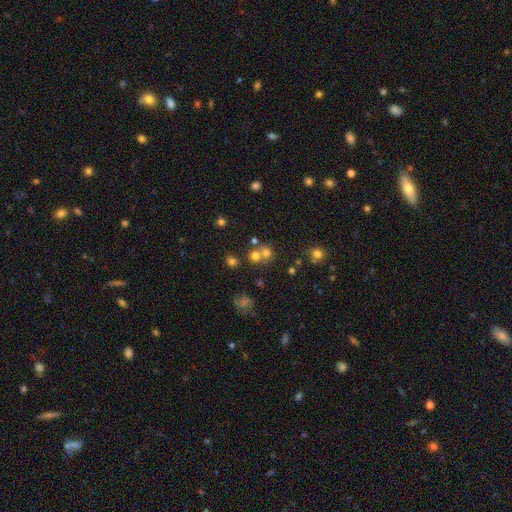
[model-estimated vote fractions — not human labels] smooth_or_featured: smooth (p=0.66) [alt: star or artifact p=0.21]
how_rounded: round (p=0.86) [alt: in between p=0.13]
merging: none (p=0.51) [alt: merger p=0.39]